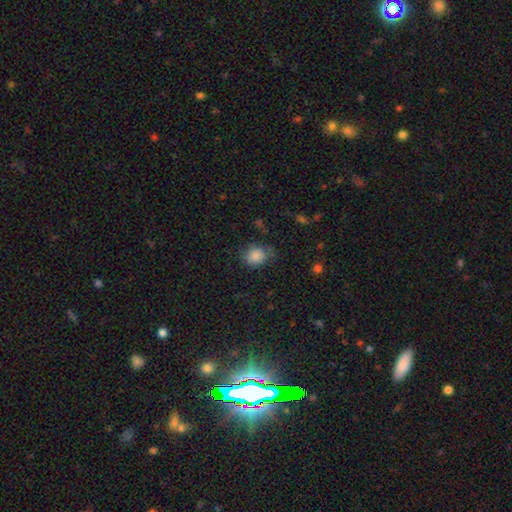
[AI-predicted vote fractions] Smooth or featured: smooth — 83% (star or artifact — 10%)
How rounded: round — 67% (in between — 32%)
Merging: none — 67% (minor disturbance — 23%)